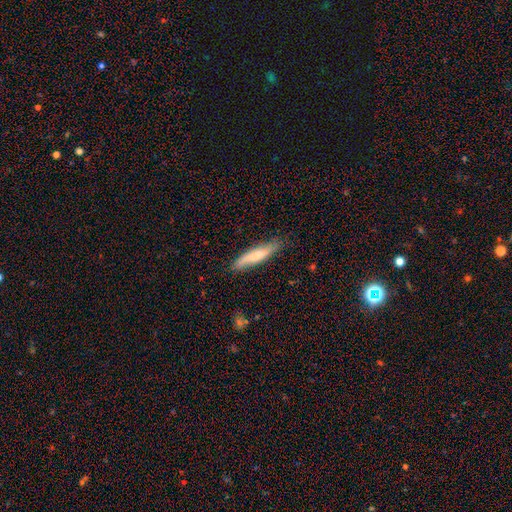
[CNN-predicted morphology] A smooth galaxy with no disk features (59%) that is cigar-shaped (85%). Merging: none (79%).